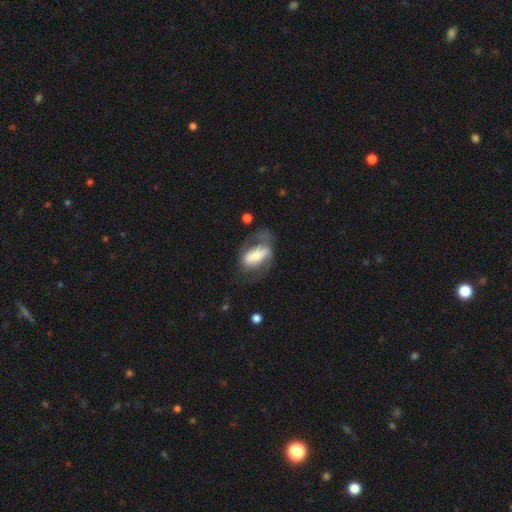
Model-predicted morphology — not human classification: Smooth or featured? featured or disk (62%)
Edge-on disk? no (90%)
Bar? strong (59%)
Spiral arms? yes (69%)
Bulge size? moderate (37%)
Merging? none (48%)